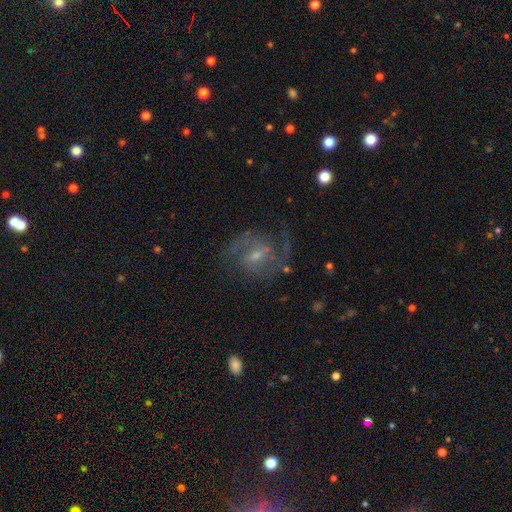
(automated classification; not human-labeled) featured or disk 85%, smooth 8%, star or artifact 7%. Down the decision tree: edge-on disk — no (98%); bar — weak (56%); spiral arms — yes (95%); spiral arm count — 2 (86%); spiral winding — medium (58%); bulge size — small (56%); merging — none (71%).